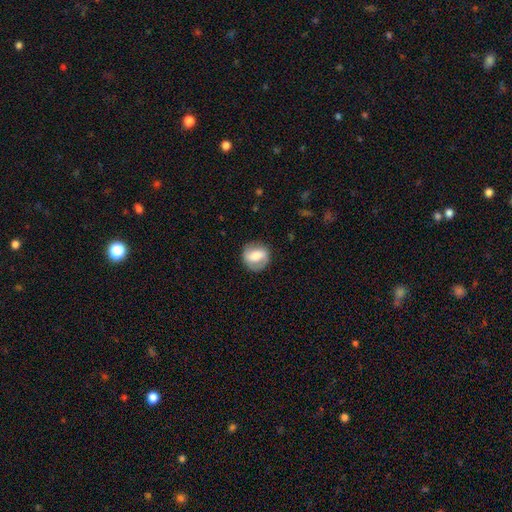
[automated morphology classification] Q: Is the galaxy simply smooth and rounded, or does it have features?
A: featured or disk — 50%.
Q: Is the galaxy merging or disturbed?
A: none — 82%.